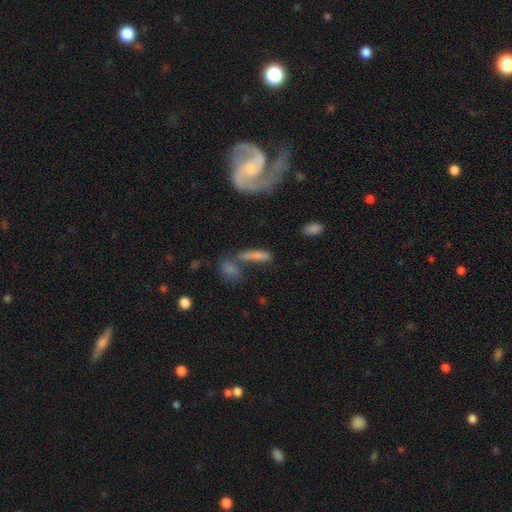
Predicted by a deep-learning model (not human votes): Smooth or featured? Predicted: smooth (p=0.64). How rounded? Predicted: cigar-shaped (p=0.64). Merging? Predicted: none (p=0.44).